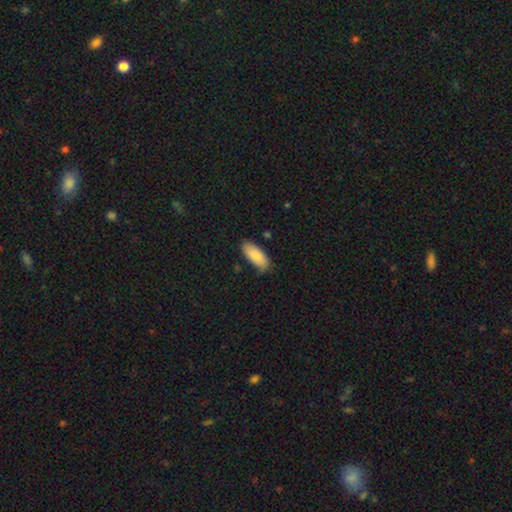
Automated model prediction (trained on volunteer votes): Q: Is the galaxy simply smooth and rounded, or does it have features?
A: smooth — 87%.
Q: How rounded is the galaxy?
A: in between — 84%.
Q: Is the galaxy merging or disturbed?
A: none — 79%.